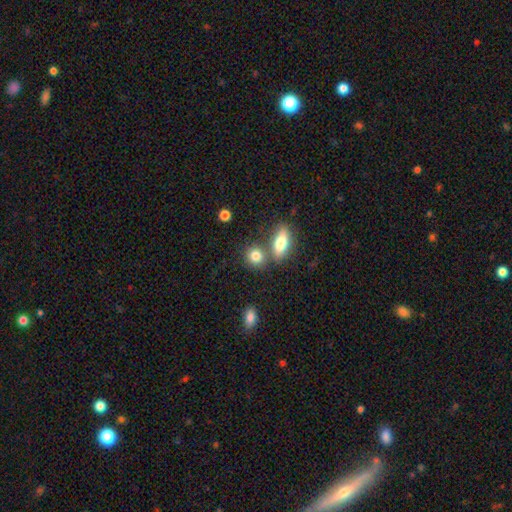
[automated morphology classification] Smooth or featured? smooth (82%)
How rounded? round (64%)
Merging? none (60%)